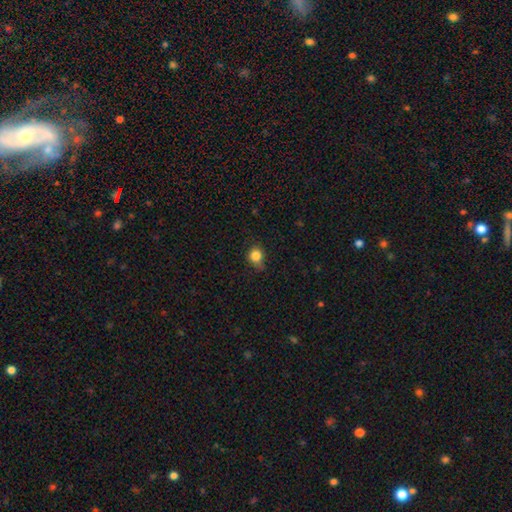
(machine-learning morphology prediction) This appears to be a smooth galaxy with no disk features (83%) that is round (75%). Merging: none (64%).